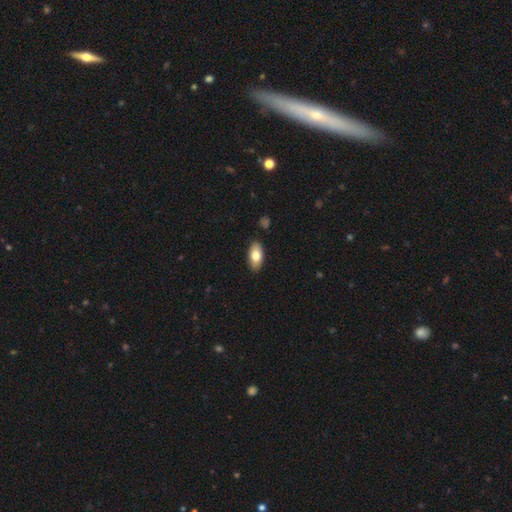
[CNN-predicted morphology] A smooth galaxy with no disk features (77%) that is in between round and cigar-shaped (91%). Merging: none (88%).